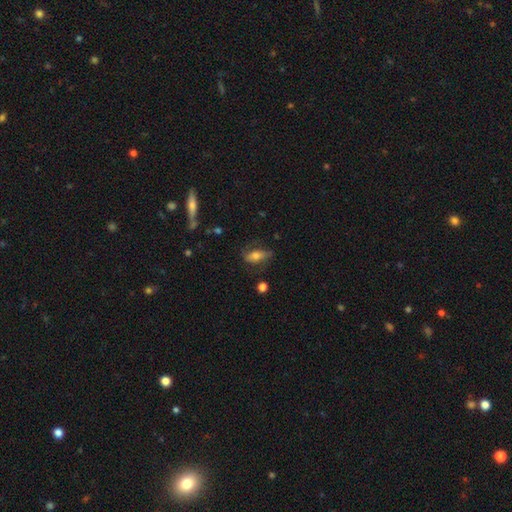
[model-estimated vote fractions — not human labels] Smooth or featured? smooth (59%)
How rounded? in between (74%)
Merging? none (60%)